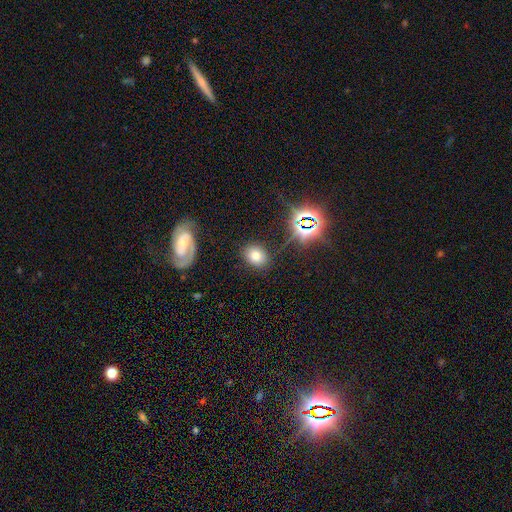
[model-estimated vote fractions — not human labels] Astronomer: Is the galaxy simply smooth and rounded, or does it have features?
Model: smooth — 66%.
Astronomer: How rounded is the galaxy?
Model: round — 50% (runner-up: in between, 48%).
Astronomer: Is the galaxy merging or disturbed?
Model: none — 84%.